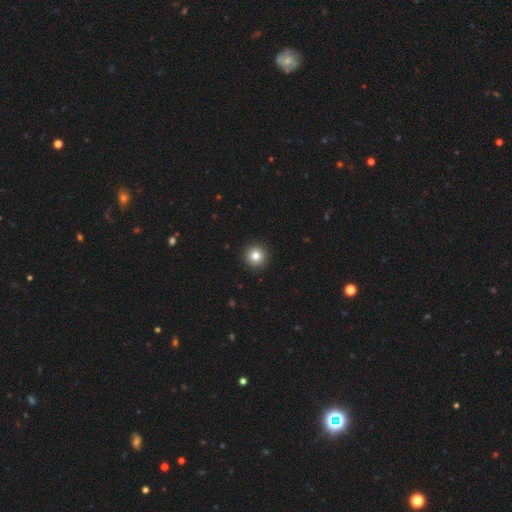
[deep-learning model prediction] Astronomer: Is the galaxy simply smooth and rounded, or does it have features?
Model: smooth — 81%.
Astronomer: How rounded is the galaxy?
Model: round — 96%.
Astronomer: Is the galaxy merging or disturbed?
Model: none — 93%.